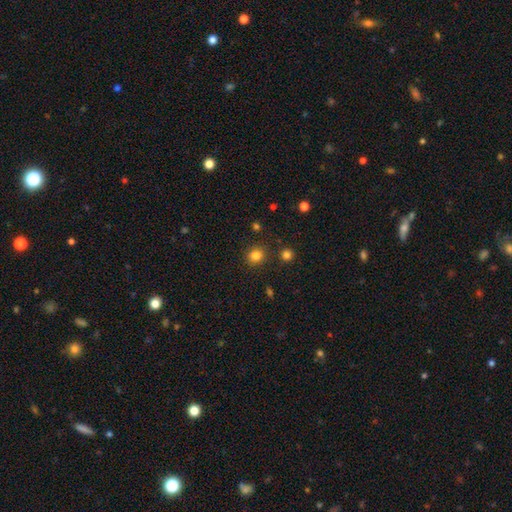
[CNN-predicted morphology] type=smooth (82%); roundness=round (85%); merging=none (88%).